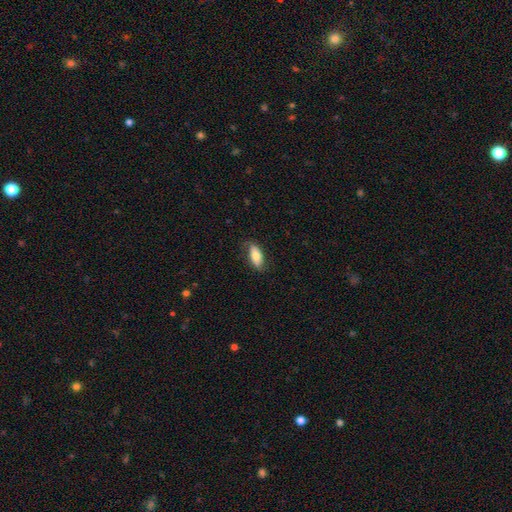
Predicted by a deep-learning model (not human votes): smooth_or_featured: smooth (p=0.72) [alt: featured or disk p=0.21]
how_rounded: in between (p=0.84) [alt: cigar-shaped p=0.13]
merging: none (p=0.74) [alt: minor disturbance p=0.21]